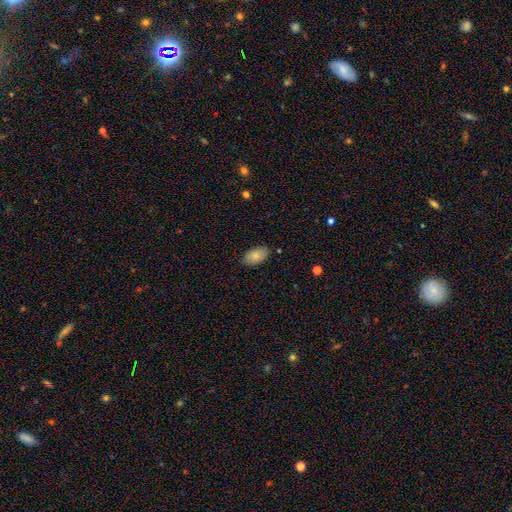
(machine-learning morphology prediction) smooth 79%, featured or disk 14%, star or artifact 7%. Down the decision tree: how rounded — in between (93%); merging — none (84%).